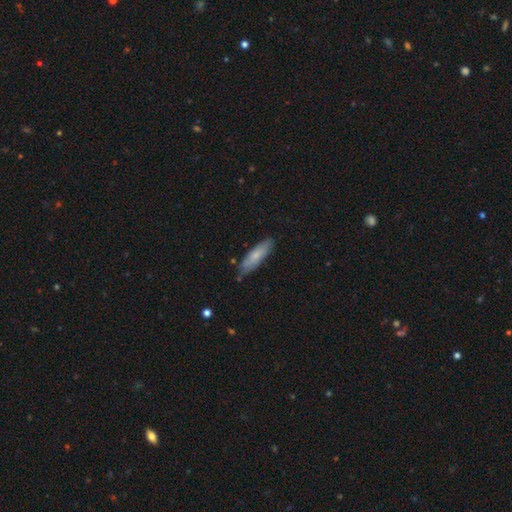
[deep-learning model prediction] smooth-or-featured: smooth: 73% | featured or disk: 21% | star or artifact: 6%
  how-rounded: cigar-shaped: 64% | in between: 34% | round: 2%
  merging: none: 77% | minor disturbance: 18% | major disturbance: 3% | merger: 2%